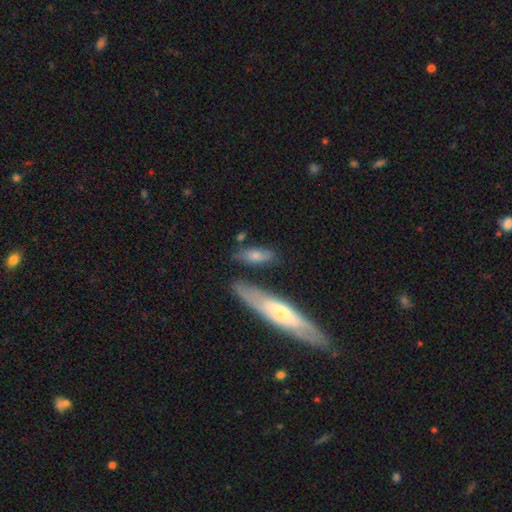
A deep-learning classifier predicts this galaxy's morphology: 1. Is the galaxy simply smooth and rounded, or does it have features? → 63% smooth, 30% featured or disk, 7% star or artifact.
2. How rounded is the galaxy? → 48% in between (tied), 48% cigar-shaped (tied), 4% round.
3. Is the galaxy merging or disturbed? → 65% none, 19% minor disturbance, 9% merger, 7% major disturbance.